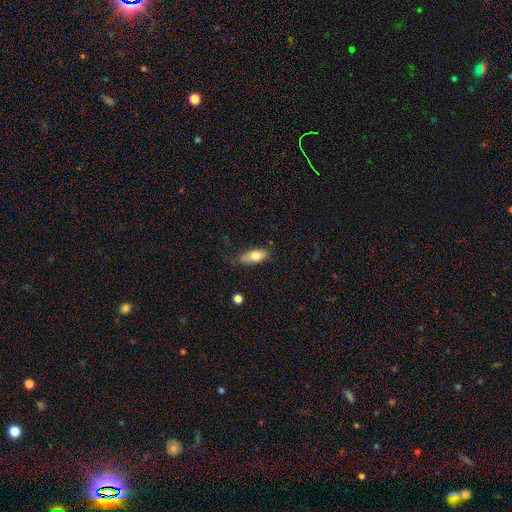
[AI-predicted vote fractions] The model was most divided on "merging": none: 71%, minor disturbance: 22%, major disturbance: 5%, merger: 2%. More confident: how rounded — in between (81%); smooth or featured — smooth (73%).